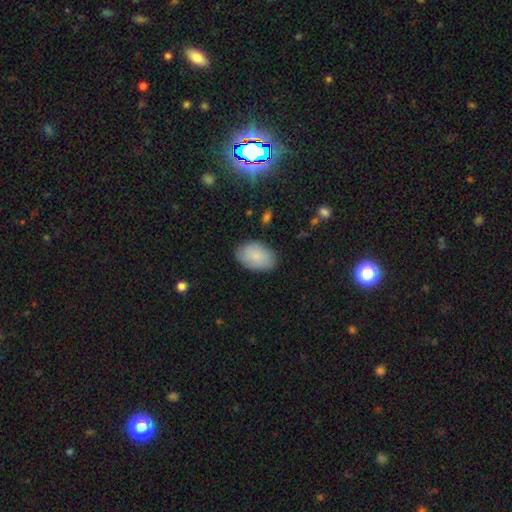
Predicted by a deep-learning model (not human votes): smooth 84%, featured or disk 9%, star or artifact 7%. Down the decision tree: how rounded — in between (91%); merging — none (84%).